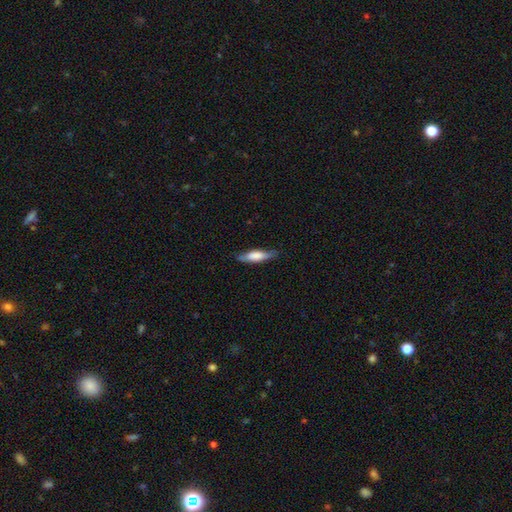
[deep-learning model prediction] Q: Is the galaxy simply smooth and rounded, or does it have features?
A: smooth — 63%.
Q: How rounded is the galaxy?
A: cigar-shaped — 65%.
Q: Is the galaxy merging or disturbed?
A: none — 77%.